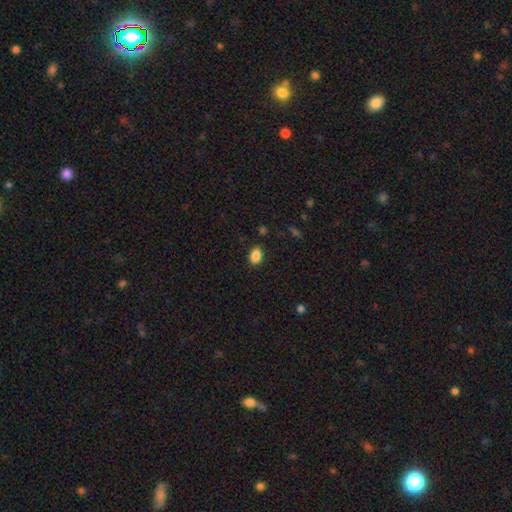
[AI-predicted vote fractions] Smooth or featured? smooth (87%)
How rounded? in between (81%)
Merging? none (86%)